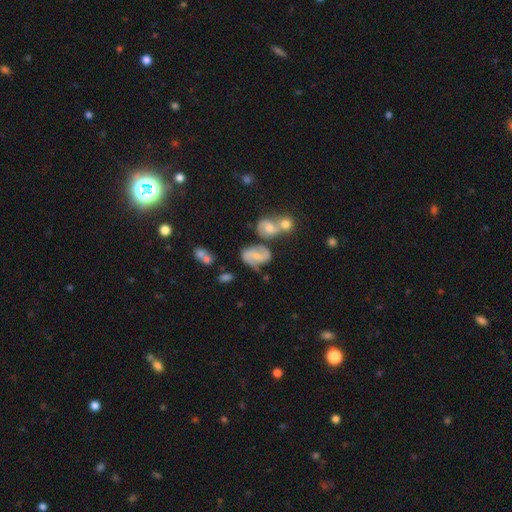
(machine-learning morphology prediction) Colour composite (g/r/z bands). It shows a featured or disk galaxy (64%) with a weak bar (46%), 2 (84%) medium (52%) spiral arms (87%) and a small central bulge (43%). Merging: none (49%).